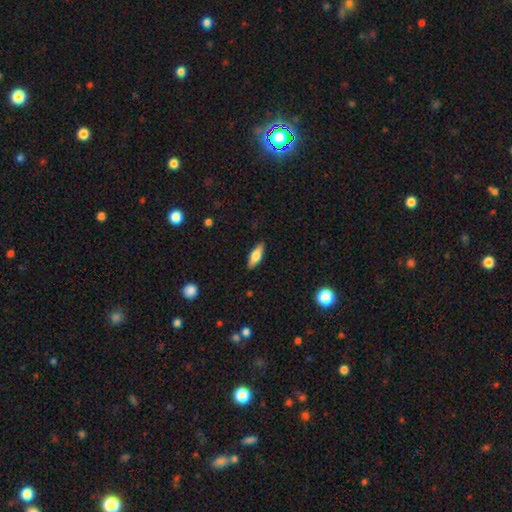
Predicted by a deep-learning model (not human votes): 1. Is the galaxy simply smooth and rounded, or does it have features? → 65% smooth, 29% featured or disk, 7% star or artifact.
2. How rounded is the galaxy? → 64% in between, 33% cigar-shaped, 3% round.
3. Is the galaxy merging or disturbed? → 88% none, 9% minor disturbance, 2% major disturbance, 1% merger.